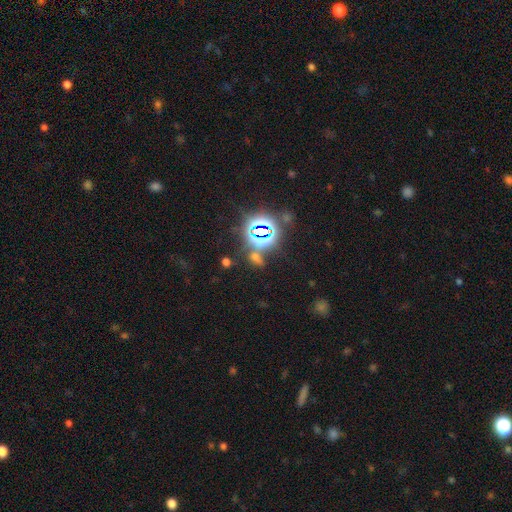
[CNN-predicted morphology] type=star or artifact (75%).